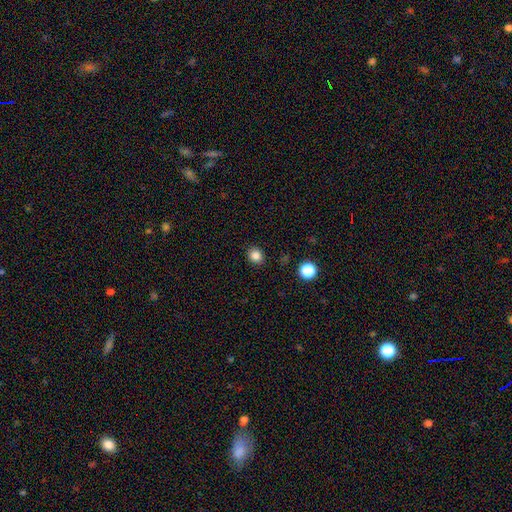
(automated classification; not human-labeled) Smooth or featured?
  - smooth: 84% *
  - star or artifact: 12%
  - featured or disk: 4%
How rounded?
  - round: 72% *
  - in between: 27%
  - cigar-shaped: 1%
Merging?
  - none: 89% *
  - minor disturbance: 8%
  - major disturbance: 2%
  - merger: 1%